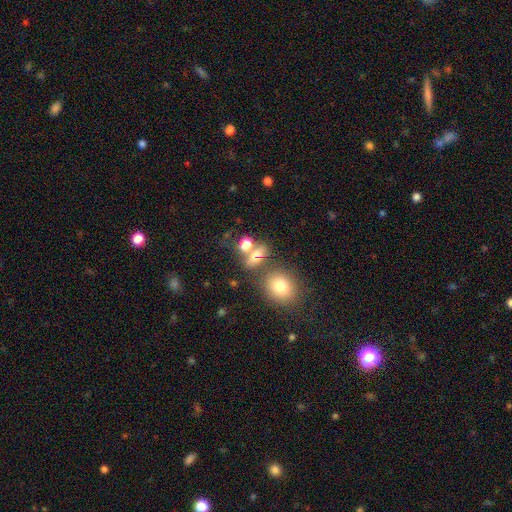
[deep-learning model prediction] This is likely a smooth galaxy (67%). How rounded: possibly in between (55%). Merging: possibly none (49%).